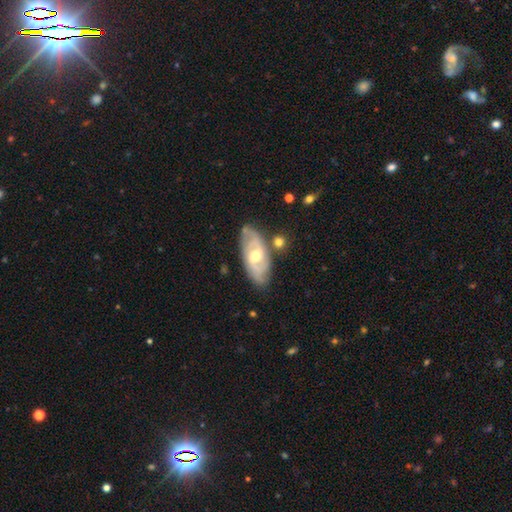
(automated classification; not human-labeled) A featured or disk galaxy (78%) with no bar (44%, tied with weak), 2 (54%) tight (51%) spiral arms (88%) and a moderate central bulge (72%).

Vote fractions:
- Smooth or featured? featured or disk: 78% / smooth: 16% / star or artifact: 6%
- Edge-on disk? no: 90% / yes: 10%
- Bar? no: 44% (tied) / weak: 44% (tied) / strong: 12%
- Spiral arms? yes: 88% / no: 12%
- Spiral winding? tight: 51% / medium: 37% / loose: 12%
- Spiral arm count? 2: 54% / can't tell: 27% / 3: 11% / 4: 3% / 1: 3% / more than 4: 2%
- Bulge size? moderate: 72% / small: 23% / large: 4% / none: 1% / dominant: 1%
- Merging? none: 76% / minor disturbance: 15% / merger: 5% / major disturbance: 4%